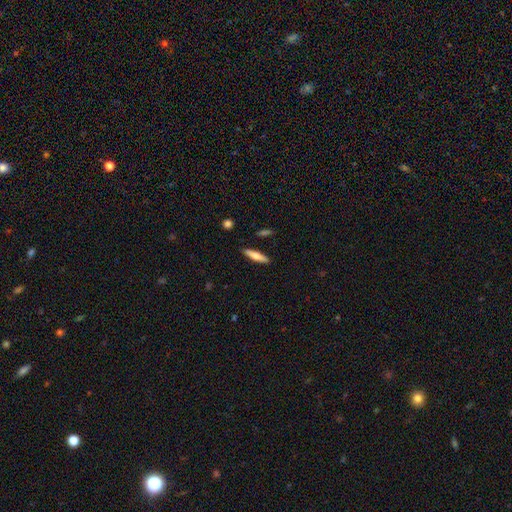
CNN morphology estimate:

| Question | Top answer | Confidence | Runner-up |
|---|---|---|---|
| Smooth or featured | smooth | 63% | featured or disk (31%) |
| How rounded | cigar-shaped | 82% | in between (16%) |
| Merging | none | 89% | minor disturbance (7%) |